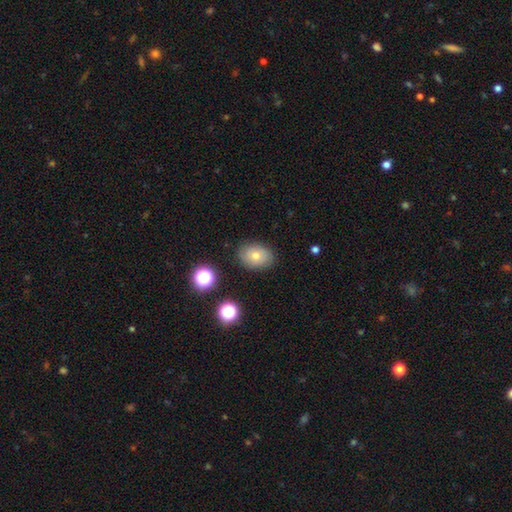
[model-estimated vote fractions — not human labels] Q: Smooth or featured?
A: smooth (70%); runner-up: featured or disk (18%)
Q: How rounded?
A: in between (70%); runner-up: round (29%)
Q: Merging?
A: none (85%); runner-up: minor disturbance (11%)